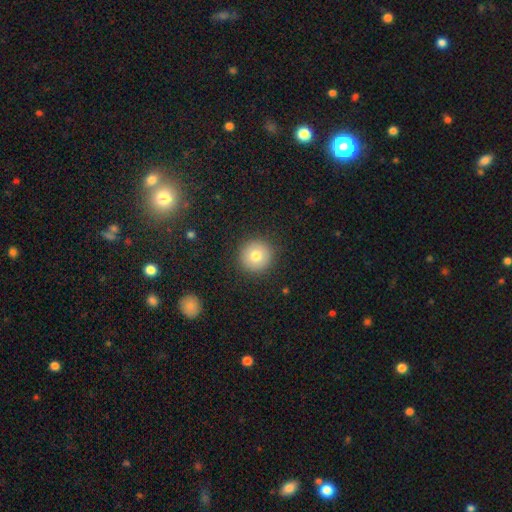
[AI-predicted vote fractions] A smooth galaxy with no disk features (77%) that is round (96%).

Vote fractions:
- Smooth or featured? smooth: 77% / featured or disk: 12% / star or artifact: 11%
- How rounded? round: 96% / in between: 4% / cigar-shaped: 1%
- Merging? none: 91% / minor disturbance: 5% / major disturbance: 2% / merger: 1%